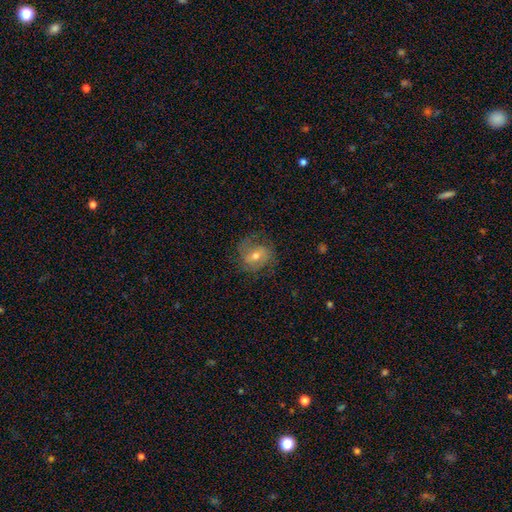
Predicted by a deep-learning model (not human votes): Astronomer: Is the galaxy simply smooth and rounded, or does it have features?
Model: featured or disk — 62%.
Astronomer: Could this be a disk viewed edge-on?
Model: no — 96%.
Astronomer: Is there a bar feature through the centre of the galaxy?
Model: weak — 43% (runner-up: no, 40%).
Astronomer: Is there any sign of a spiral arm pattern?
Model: yes — 83%.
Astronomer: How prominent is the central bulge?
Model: moderate — 63%.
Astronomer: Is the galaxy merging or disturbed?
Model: none — 71%.